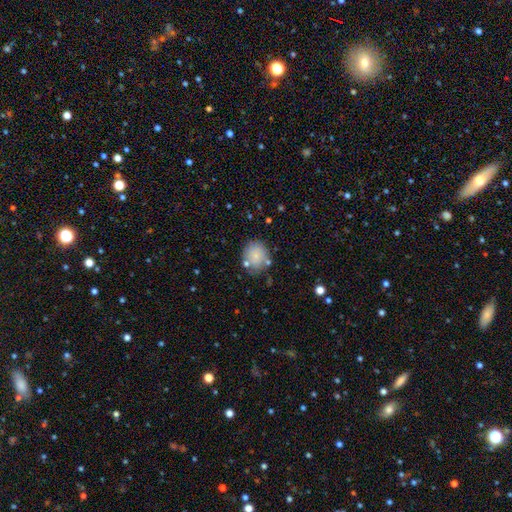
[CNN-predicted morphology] type=smooth (79%); roundness=round (74%); merging=none (72%).